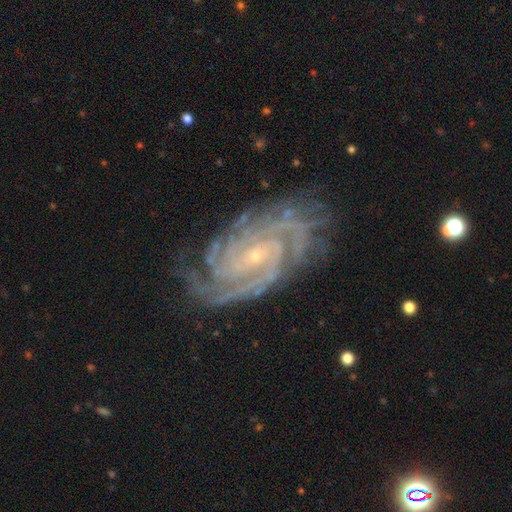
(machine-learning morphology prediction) This appears to be a featured or disk galaxy (92%) with no bar (54%), 4 (27%) tight (77%) spiral arms (99%) and a small central bulge (85%). Merging: none (79%).